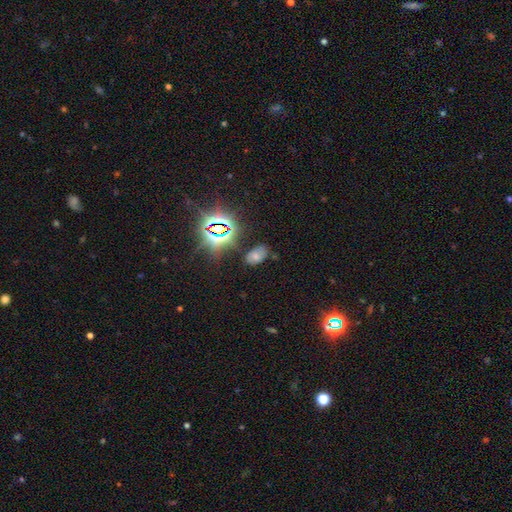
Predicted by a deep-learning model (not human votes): Smooth or featured? smooth (52%)
How rounded? in between (90%)
Merging? none (74%)